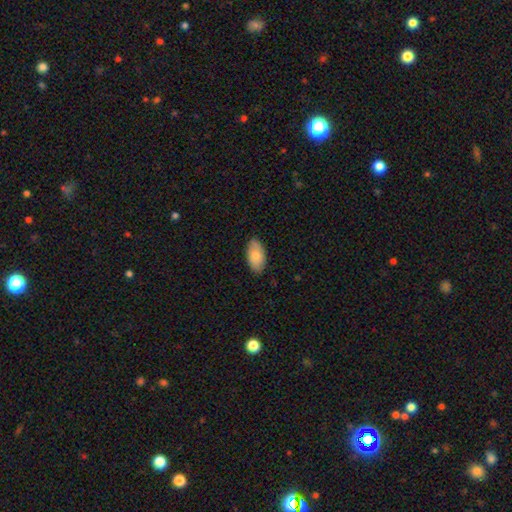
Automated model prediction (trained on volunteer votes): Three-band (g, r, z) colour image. It shows a smooth galaxy with no disk features (78%) that is in between round and cigar-shaped (95%). Merging: none (84%).